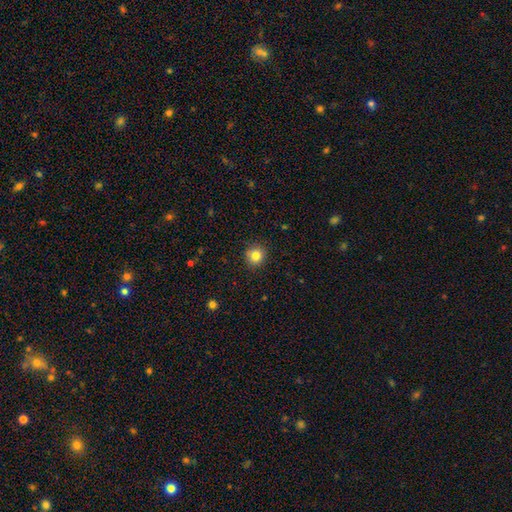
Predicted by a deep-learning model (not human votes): The model was most divided on "smooth or featured": smooth: 83%, star or artifact: 11%, featured or disk: 6%. More confident: merging — none (90%); how rounded — round (90%).